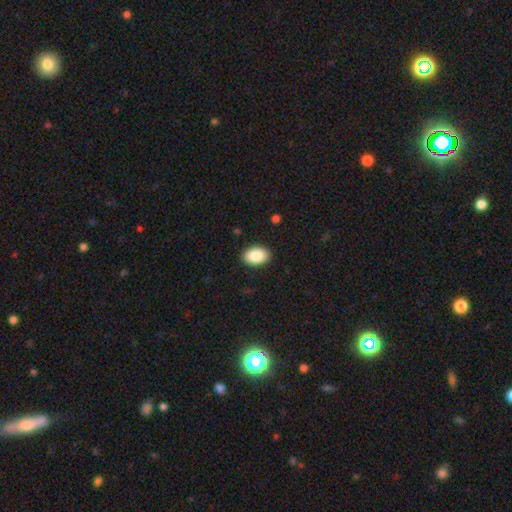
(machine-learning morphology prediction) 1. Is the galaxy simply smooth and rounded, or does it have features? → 87% smooth, 7% star or artifact, 6% featured or disk.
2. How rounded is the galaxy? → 88% in between, 11% round, 1% cigar-shaped.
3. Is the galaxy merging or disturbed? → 90% none, 7% minor disturbance, 2% major disturbance, 1% merger.